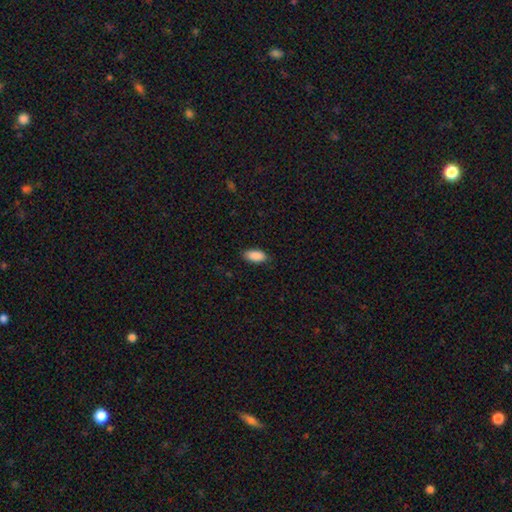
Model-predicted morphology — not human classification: smooth_or_featured: smooth (p=0.90) [alt: star or artifact p=0.07]
how_rounded: in between (p=0.92) [alt: cigar-shaped p=0.06]
merging: none (p=0.85) [alt: minor disturbance p=0.12]